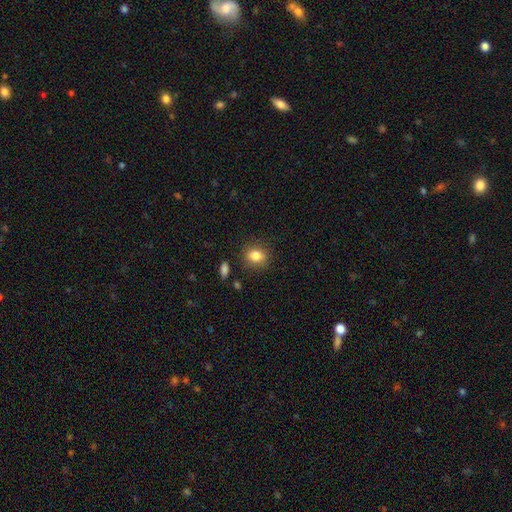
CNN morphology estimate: Smooth or featured? Predicted: smooth (p=0.83). How rounded? Predicted: in between (p=0.51). Merging? Predicted: none (p=0.85).